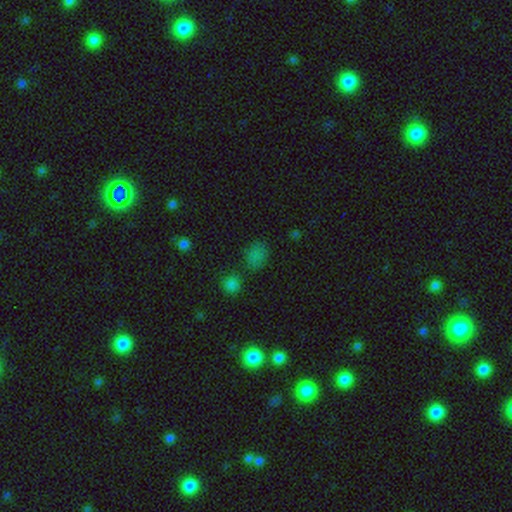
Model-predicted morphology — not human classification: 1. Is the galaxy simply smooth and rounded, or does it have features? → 70% smooth, 24% star or artifact, 6% featured or disk.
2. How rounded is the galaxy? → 54% in between, 44% round, 2% cigar-shaped.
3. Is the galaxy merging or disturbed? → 64% none, 17% minor disturbance, 11% merger, 8% major disturbance.